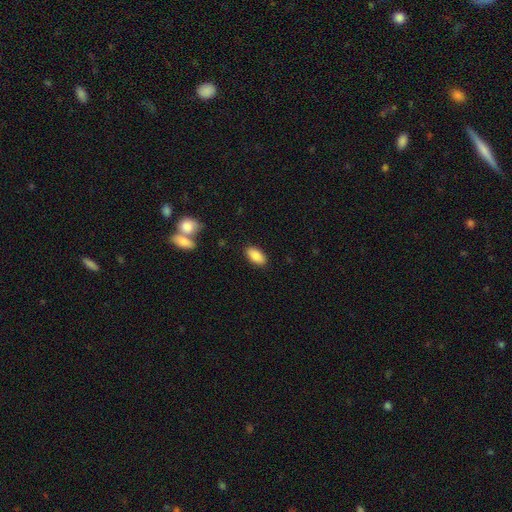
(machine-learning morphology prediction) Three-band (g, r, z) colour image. It shows a smooth galaxy with no disk features (87%) that is in between round and cigar-shaped (93%). Merging: none (87%).